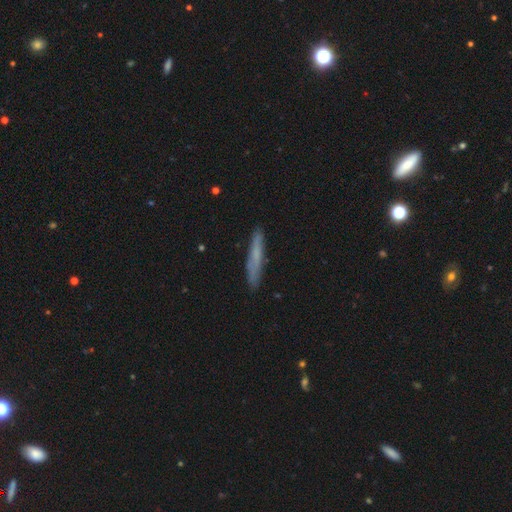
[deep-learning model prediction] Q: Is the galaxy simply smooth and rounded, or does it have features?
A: smooth — 59%.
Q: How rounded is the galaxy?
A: cigar-shaped — 94%.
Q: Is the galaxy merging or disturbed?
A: none — 86%.